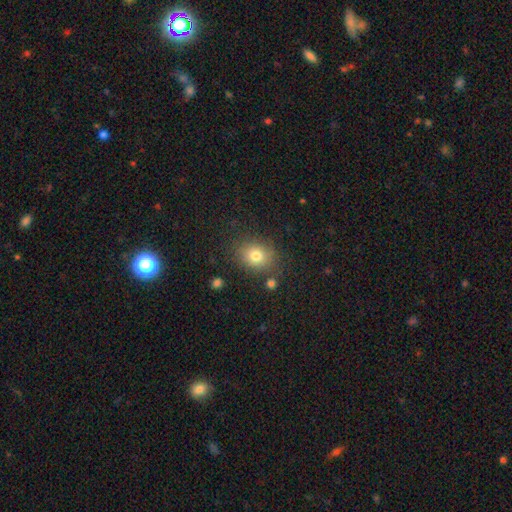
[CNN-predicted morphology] smooth-or-featured: smooth: 79% | star or artifact: 12% | featured or disk: 9%
  how-rounded: round: 58% | in between: 42% | cigar-shaped: 1%
  merging: none: 81% | minor disturbance: 12% | major disturbance: 4% | merger: 3%